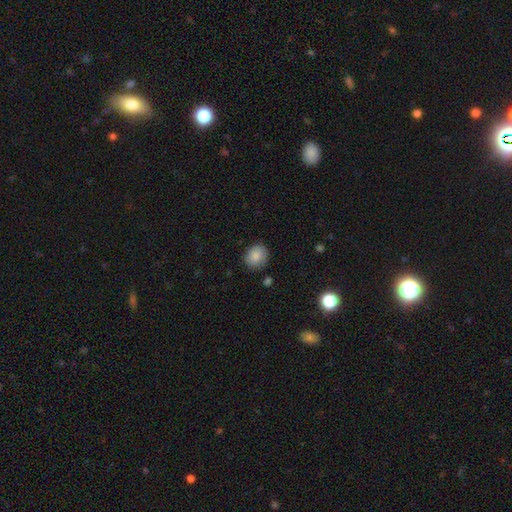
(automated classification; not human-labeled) A smooth galaxy with no disk features (86%) that is round (76%). Merging: none (83%).